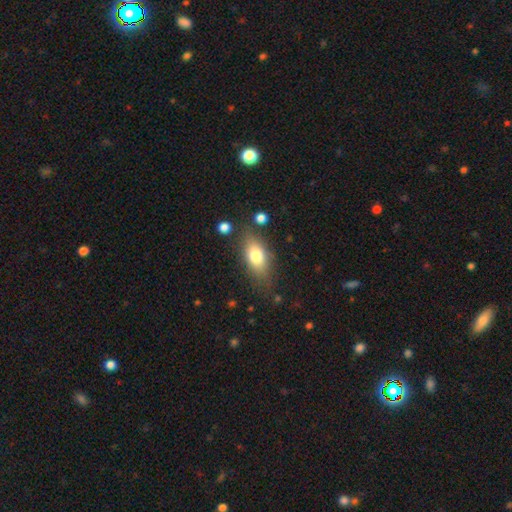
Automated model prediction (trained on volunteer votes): Smooth or featured: smooth — 74% (featured or disk — 18%)
How rounded: in between — 81% (cigar-shaped — 12%)
Merging: none — 75% (minor disturbance — 16%)